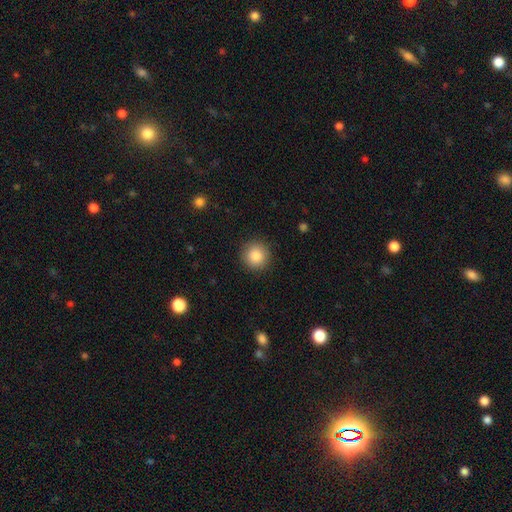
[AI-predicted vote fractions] Smooth or featured: smooth — 86% (star or artifact — 9%)
How rounded: round — 94% (in between — 5%)
Merging: none — 91% (minor disturbance — 6%)